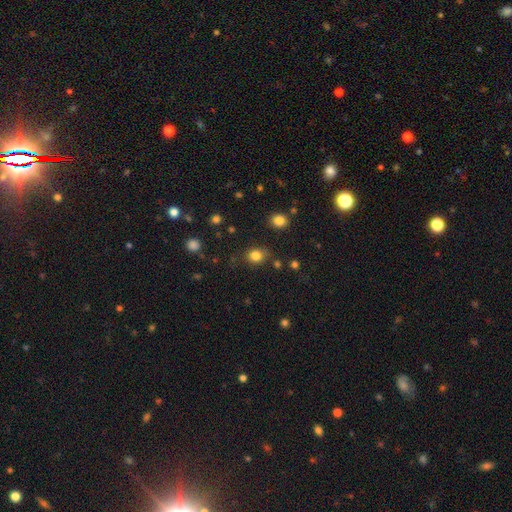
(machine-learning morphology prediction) smooth-or-featured: smooth: 82% | star or artifact: 13% | featured or disk: 5%
  how-rounded: round: 67% | in between: 32% | cigar-shaped: 1%
  merging: none: 79% | minor disturbance: 14% | major disturbance: 4% | merger: 3%